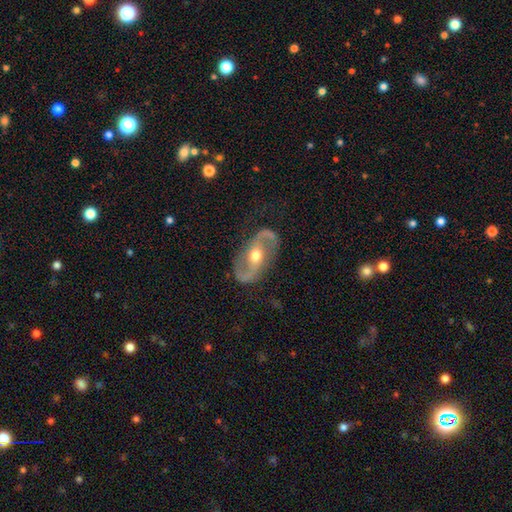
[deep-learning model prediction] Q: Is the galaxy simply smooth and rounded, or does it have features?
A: featured or disk — 90%.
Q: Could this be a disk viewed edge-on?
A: no — 96%.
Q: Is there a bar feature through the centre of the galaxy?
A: no — 39%.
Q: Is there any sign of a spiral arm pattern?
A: yes — 94%.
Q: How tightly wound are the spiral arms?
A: loose — 47%.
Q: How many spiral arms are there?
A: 2 — 94%.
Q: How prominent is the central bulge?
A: moderate — 76%.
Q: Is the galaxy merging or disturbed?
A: none — 83%.